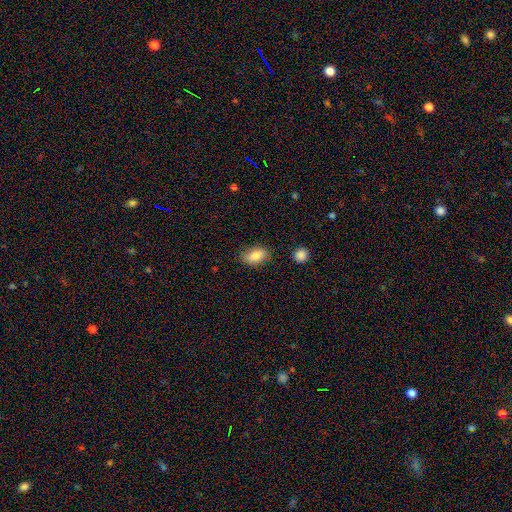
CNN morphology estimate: Q: Smooth or featured?
A: smooth (83%); runner-up: featured or disk (9%)
Q: How rounded?
A: in between (89%); runner-up: round (8%)
Q: Merging?
A: none (81%); runner-up: minor disturbance (14%)